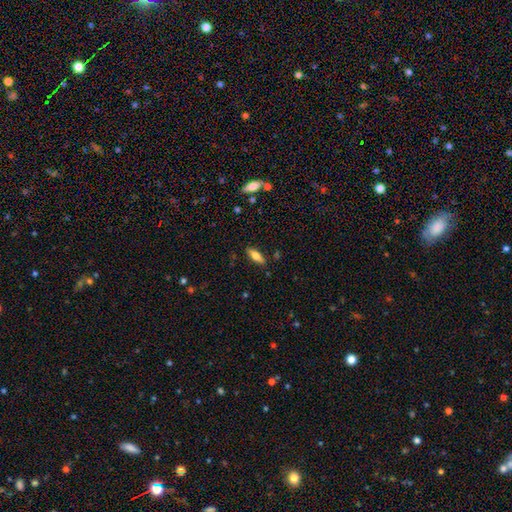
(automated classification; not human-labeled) Q: Smooth or featured?
A: smooth (68%); runner-up: featured or disk (25%)
Q: How rounded?
A: in between (60%); runner-up: cigar-shaped (38%)
Q: Merging?
A: none (86%); runner-up: minor disturbance (10%)